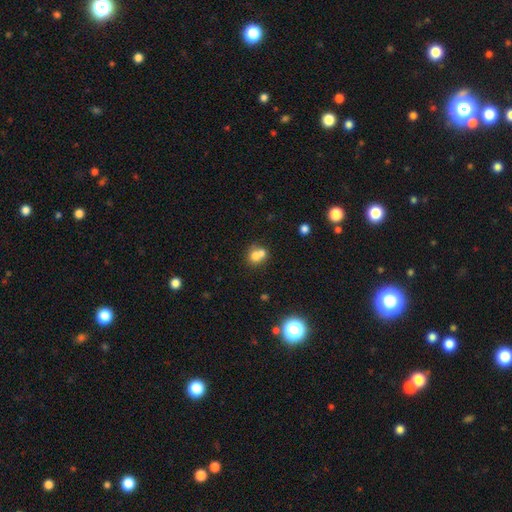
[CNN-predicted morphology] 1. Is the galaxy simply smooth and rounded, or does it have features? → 71% smooth, 17% featured or disk, 12% star or artifact.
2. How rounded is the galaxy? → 70% round, 29% in between, 1% cigar-shaped.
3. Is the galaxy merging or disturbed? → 56% merger, 33% none, 8% minor disturbance, 3% major disturbance.